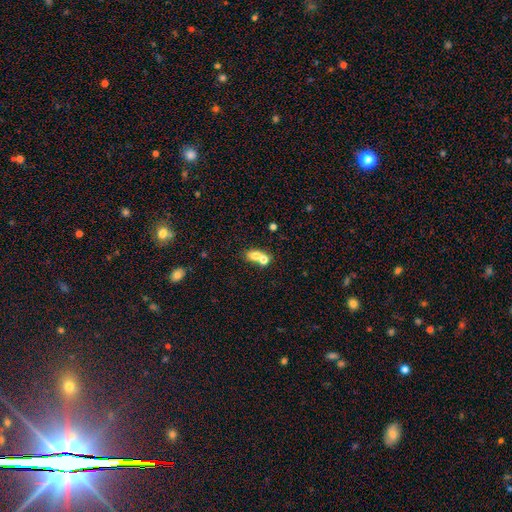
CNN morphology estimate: The model was most divided on "how rounded": in between: 62%, round: 36%, cigar-shaped: 3%. More confident: smooth or featured — smooth (73%); merging — merger (63%).